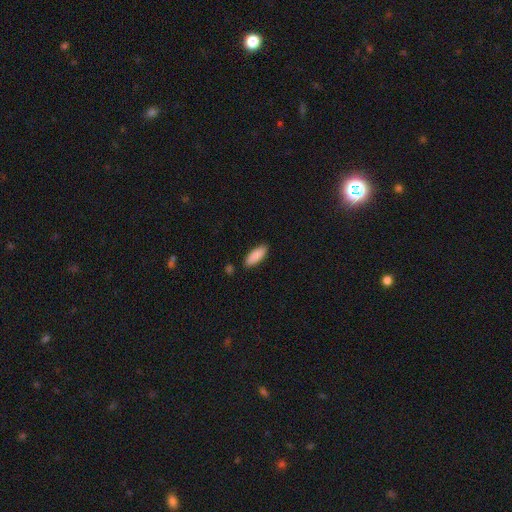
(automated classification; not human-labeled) Overall: smooth (89%). How rounded: in between (66%; cigar-shaped 32%). Merging: none (86%).